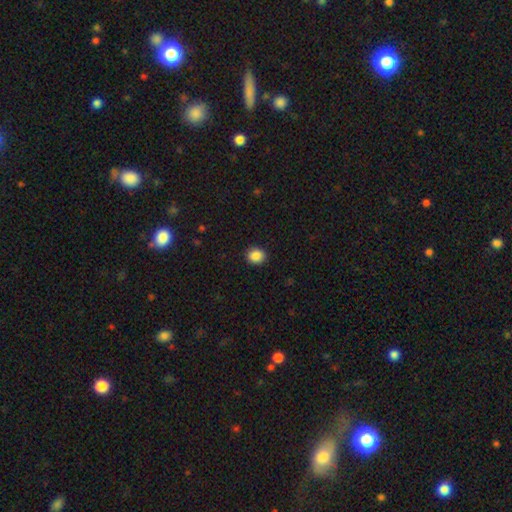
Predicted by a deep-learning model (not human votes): Smooth or featured? Predicted: smooth (p=0.88). How rounded? Predicted: round (p=0.76). Merging? Predicted: none (p=0.92).